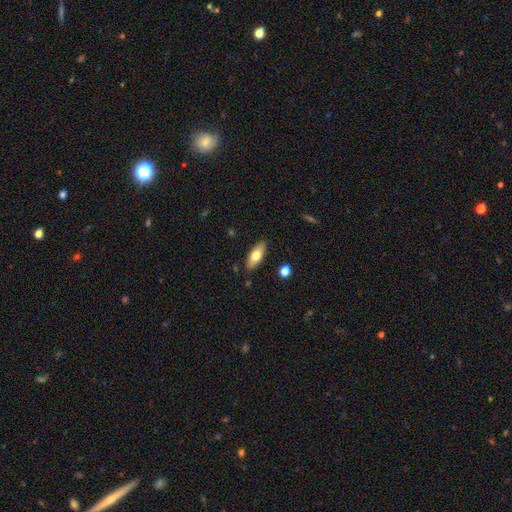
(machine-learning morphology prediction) This appears to be a smooth galaxy with no disk features (71%) that is in between round and cigar-shaped (77%). Merging: none (86%).